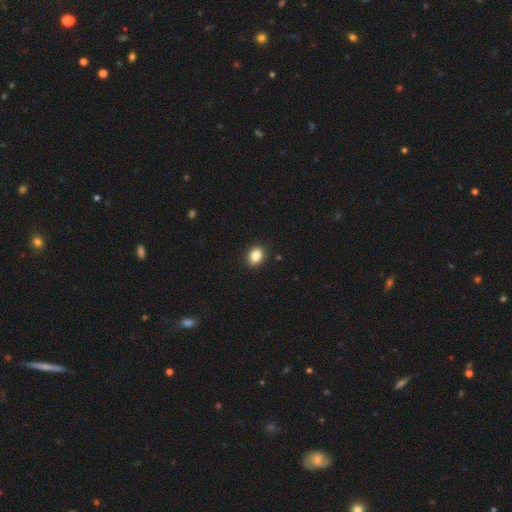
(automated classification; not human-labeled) This is clearly a smooth galaxy (85%). How rounded: likely in between (62%). Merging: clearly none (91%).